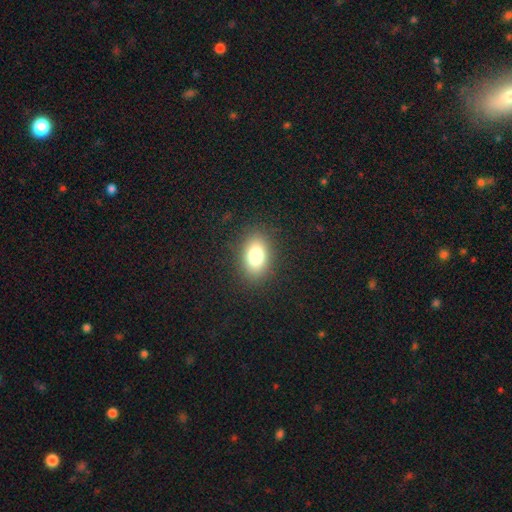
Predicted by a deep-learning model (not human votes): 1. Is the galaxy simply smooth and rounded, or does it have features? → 78% smooth, 11% star or artifact, 11% featured or disk.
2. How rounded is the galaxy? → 82% in between, 16% round, 2% cigar-shaped.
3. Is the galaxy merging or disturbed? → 87% none, 9% minor disturbance, 3% major disturbance, 1% merger.